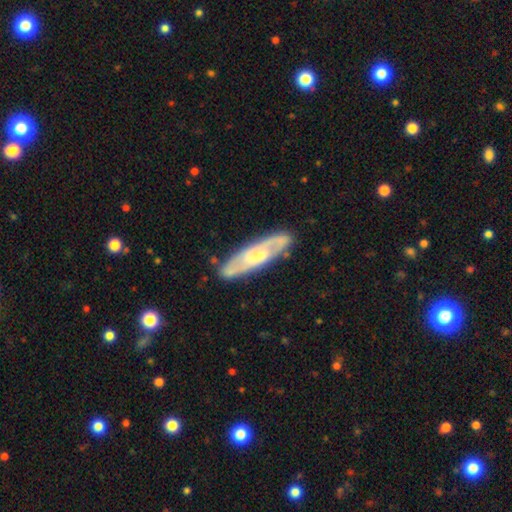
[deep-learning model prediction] A featured or disk galaxy (67%). Merging: none (85%).